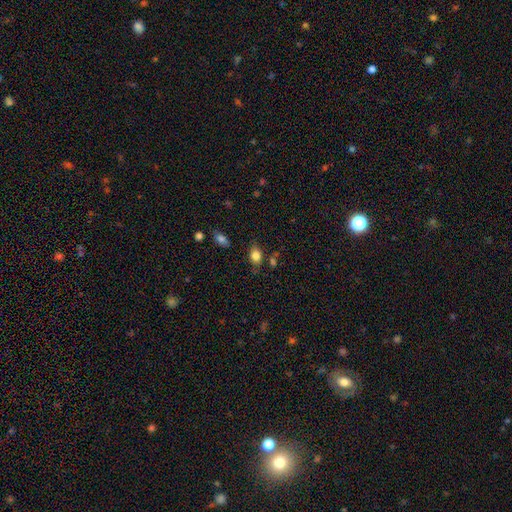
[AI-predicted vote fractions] Smooth or featured?
  - smooth: 82% *
  - star or artifact: 10%
  - featured or disk: 8%
How rounded?
  - in between: 76% *
  - round: 22%
  - cigar-shaped: 2%
Merging?
  - none: 72% *
  - minor disturbance: 19%
  - major disturbance: 5%
  - merger: 4%